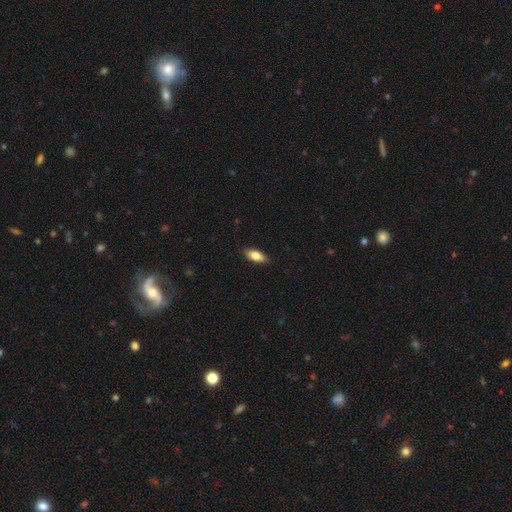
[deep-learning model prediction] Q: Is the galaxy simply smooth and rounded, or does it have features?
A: smooth — 80%.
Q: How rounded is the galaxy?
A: in between — 84%.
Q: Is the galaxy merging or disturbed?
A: none — 88%.